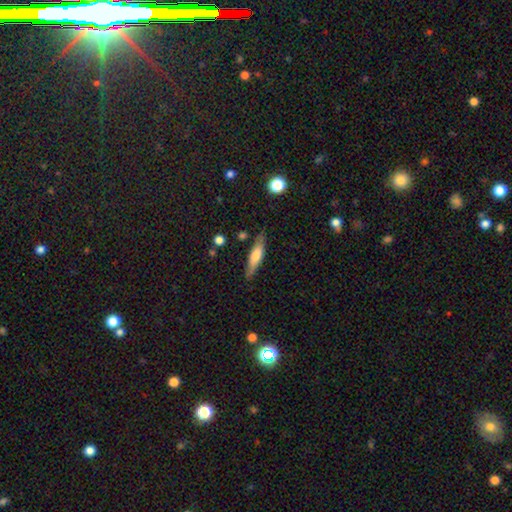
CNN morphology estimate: The model was most divided on "smooth or featured": smooth: 57%, featured or disk: 36%, star or artifact: 6%. More confident: merging — none (81%); how rounded — cigar-shaped (73%).